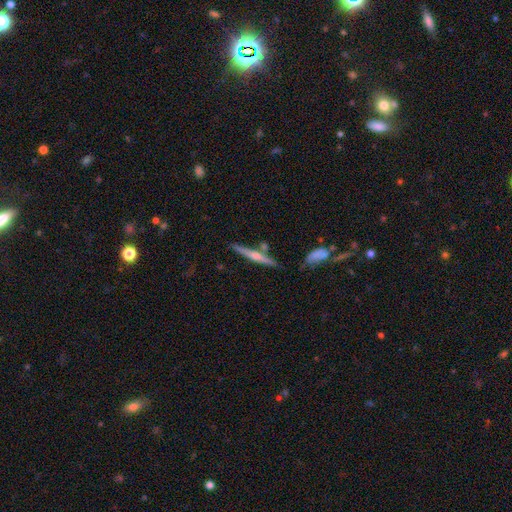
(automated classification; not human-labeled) smooth-or-featured: featured or disk: 66% | smooth: 28% | star or artifact: 6%
  disk-edge-on: yes: 97% | no: 3%
    edge-on-bulge: rounded: 80% | none: 14% | boxy: 6%
  merging: none: 77% | minor disturbance: 11% | merger: 9% | major disturbance: 3%